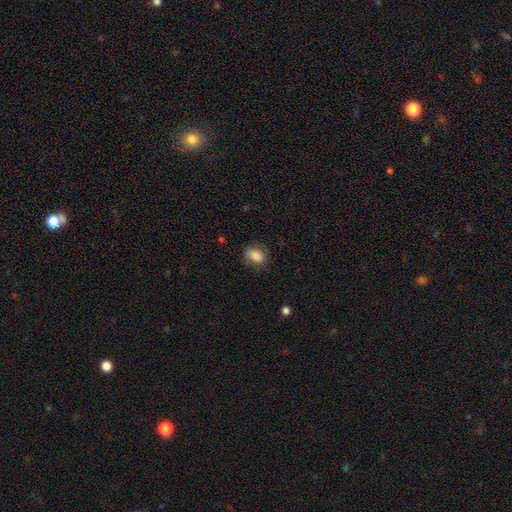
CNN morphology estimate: This is likely a smooth galaxy (79%). How rounded: likely in between (79%). Merging: likely none (71%).